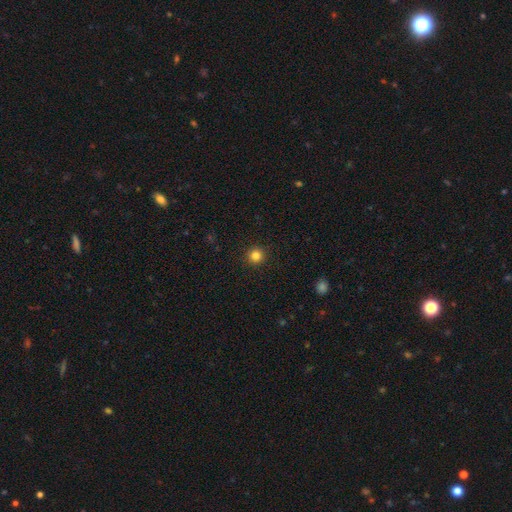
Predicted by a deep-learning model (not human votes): Smooth or featured?
  - smooth: 83% *
  - star or artifact: 12%
  - featured or disk: 5%
How rounded?
  - round: 95% *
  - in between: 4%
  - cigar-shaped: 1%
Merging?
  - none: 93% *
  - minor disturbance: 4%
  - major disturbance: 2%
  - merger: 1%